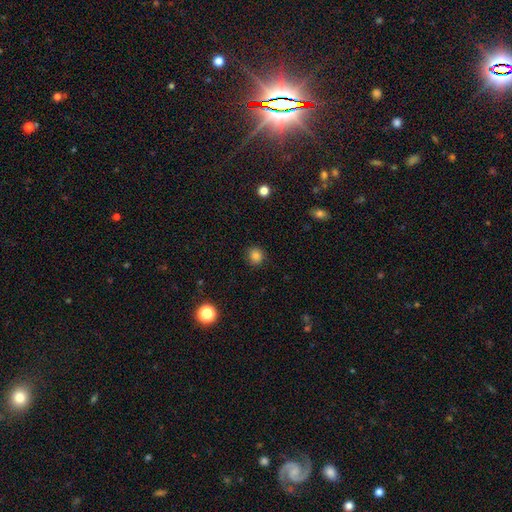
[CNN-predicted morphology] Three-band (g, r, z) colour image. It shows a smooth galaxy with no disk features (82%) that is round (87%). Merging: none (88%).